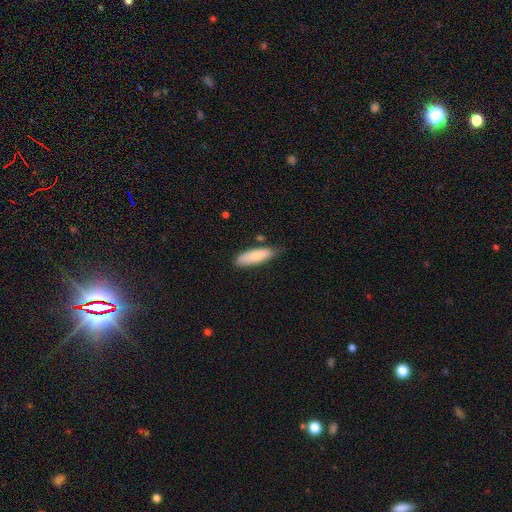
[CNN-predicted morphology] Smooth or featured? smooth (82%)
How rounded? in between (51%)
Merging? none (73%)